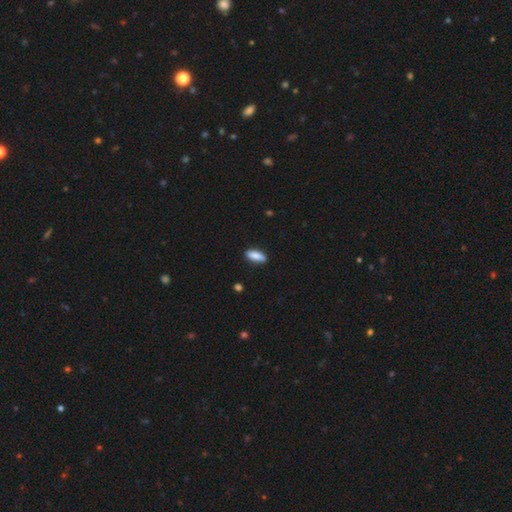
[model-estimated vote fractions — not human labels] A smooth galaxy with no disk features (85%) that is in between round and cigar-shaped (67%). Merging: none (87%).